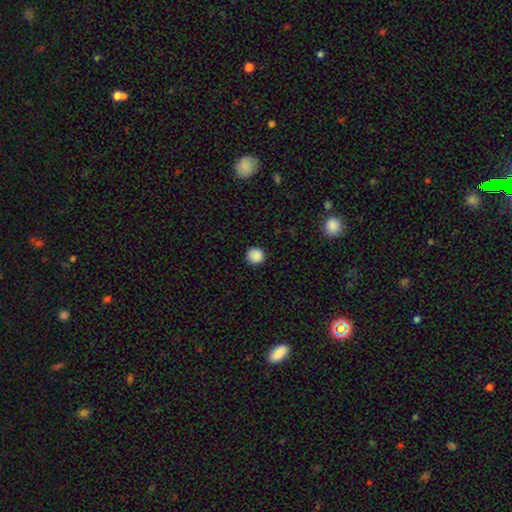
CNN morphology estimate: type=smooth (89%); roundness=round (95%); merging=none (92%).